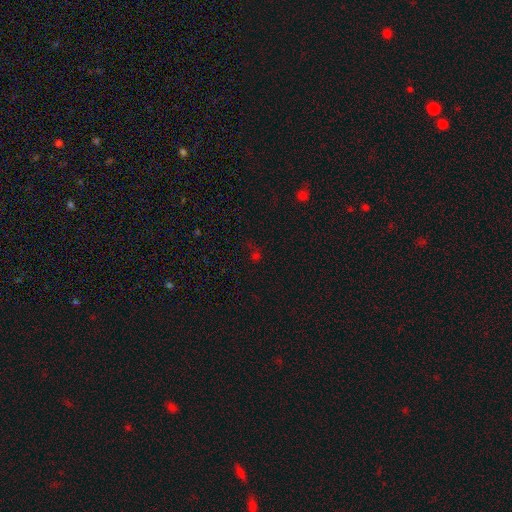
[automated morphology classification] Overall: star or artifact (52%; smooth 40%).